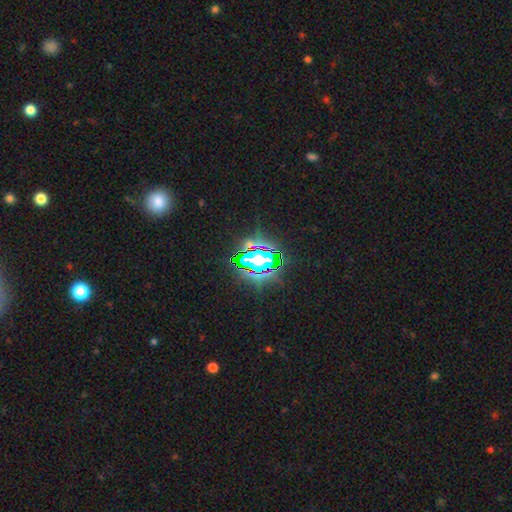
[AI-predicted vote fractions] Morphology: type=star or artifact (75%).